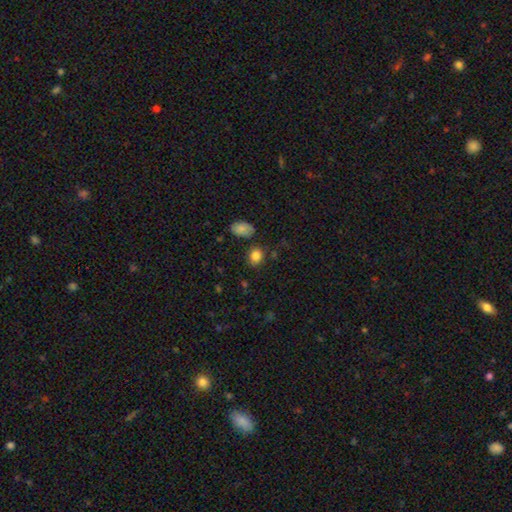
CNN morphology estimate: Q: Smooth or featured?
A: smooth (84%); runner-up: star or artifact (10%)
Q: How rounded?
A: round (54%); runner-up: in between (45%)
Q: Merging?
A: none (80%); runner-up: minor disturbance (11%)